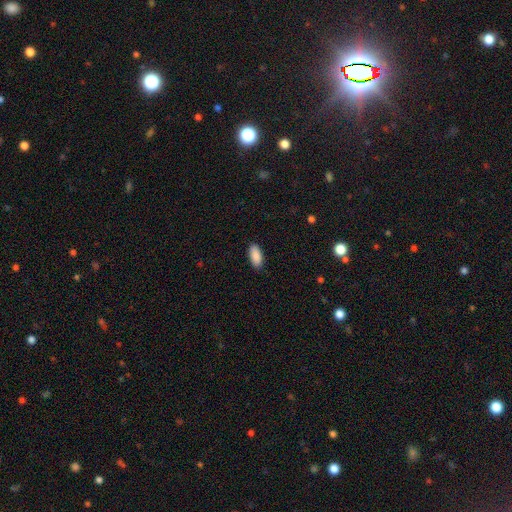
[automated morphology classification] smooth 90%, star or artifact 6%, featured or disk 3%. Down the decision tree: how rounded — in between (89%); merging — none (89%).